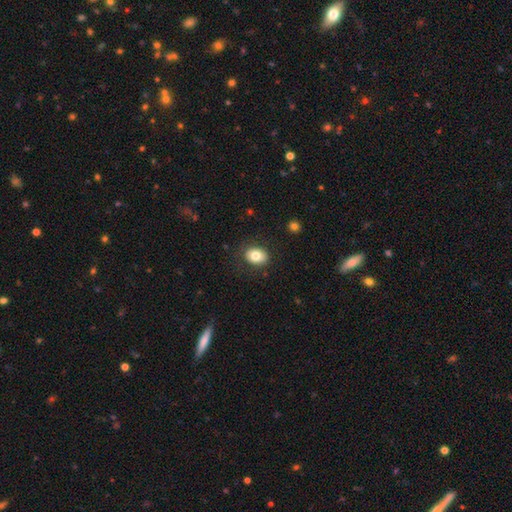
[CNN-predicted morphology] A smooth galaxy with no disk features (80%) that is in between round and cigar-shaped (60%).

Vote fractions:
- Smooth or featured? smooth: 80% / featured or disk: 12% / star or artifact: 9%
- How rounded? in between: 60% / round: 39% / cigar-shaped: 1%
- Merging? none: 83% / minor disturbance: 12% / major disturbance: 4% / merger: 1%